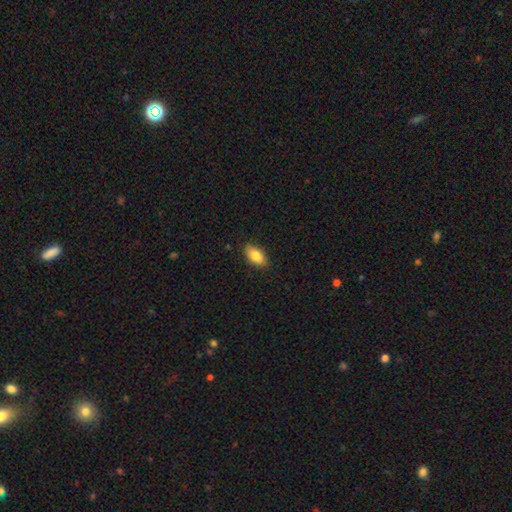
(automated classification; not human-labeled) A smooth galaxy with no disk features (84%) that is in between round and cigar-shaped (91%). Merging: none (87%).